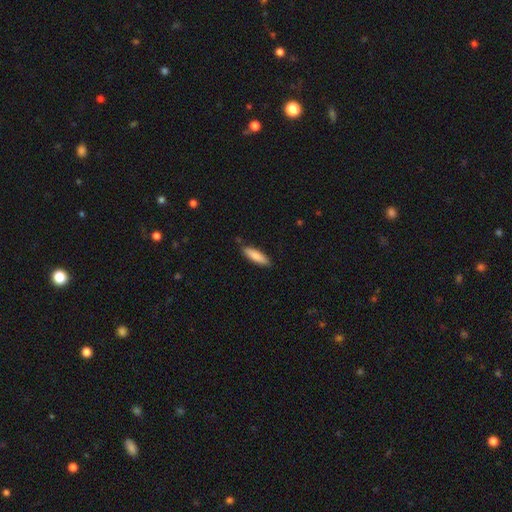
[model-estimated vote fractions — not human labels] Smooth or featured? Predicted: smooth (p=0.84). How rounded? Predicted: cigar-shaped (p=0.56). Merging? Predicted: none (p=0.83).